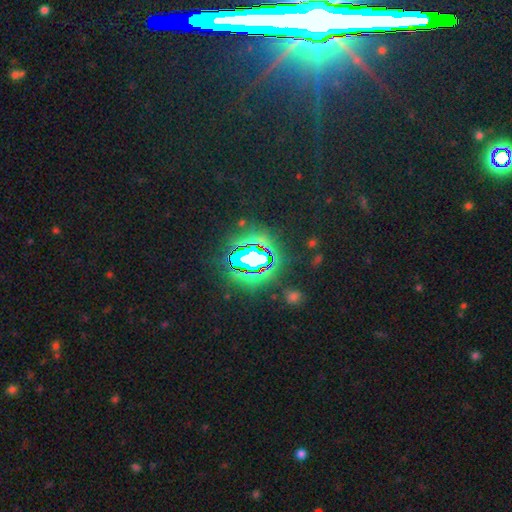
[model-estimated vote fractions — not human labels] star or artifact 75%, smooth 14%, featured or disk 11%.